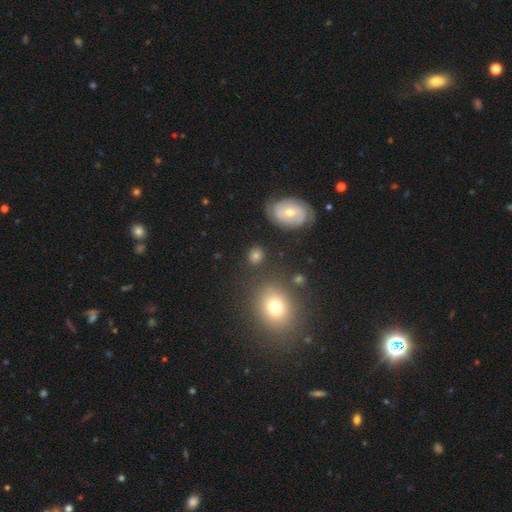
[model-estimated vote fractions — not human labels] This appears to be a smooth galaxy with no disk features (74%) that is round (62%). Merging: none (78%).